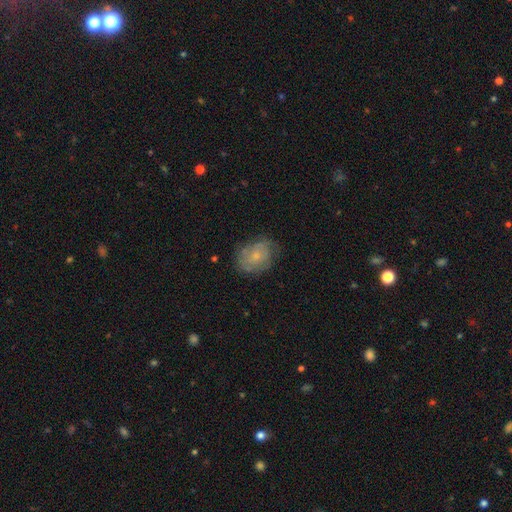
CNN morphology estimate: Q: Smooth or featured?
A: smooth (48%); runner-up: featured or disk (44%)
Q: Merging?
A: none (63%); runner-up: minor disturbance (26%)